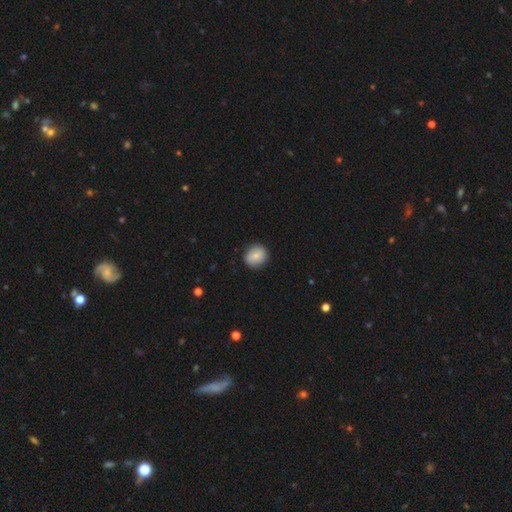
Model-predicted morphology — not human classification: Smooth or featured?
  - smooth: 77% *
  - featured or disk: 15%
  - star or artifact: 8%
How rounded?
  - round: 79% *
  - in between: 20%
  - cigar-shaped: 1%
Merging?
  - none: 86% *
  - minor disturbance: 10%
  - major disturbance: 2%
  - merger: 1%